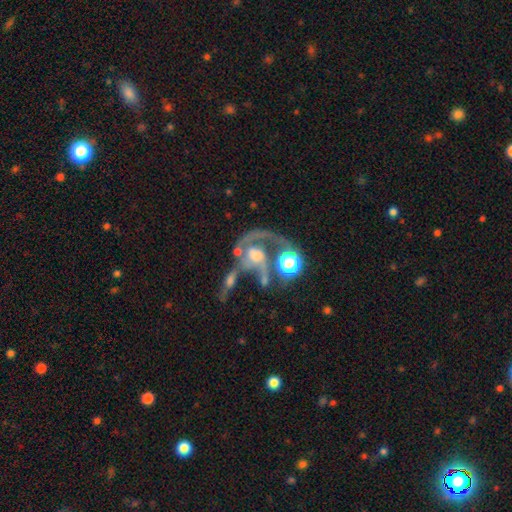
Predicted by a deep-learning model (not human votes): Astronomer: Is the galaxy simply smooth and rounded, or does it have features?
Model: featured or disk — 75%.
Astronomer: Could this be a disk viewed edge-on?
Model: no — 97%.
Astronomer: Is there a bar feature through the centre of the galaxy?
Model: no — 69%.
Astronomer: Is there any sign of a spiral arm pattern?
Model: yes — 82%.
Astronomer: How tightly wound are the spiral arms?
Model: loose — 46% (runner-up: medium, 38%).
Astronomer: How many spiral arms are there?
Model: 2 — 48% (runner-up: 1, 38%).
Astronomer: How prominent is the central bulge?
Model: moderate — 35% (runner-up: large, 26%).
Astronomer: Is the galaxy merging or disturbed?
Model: merger — 35% (runner-up: major disturbance, 32%).